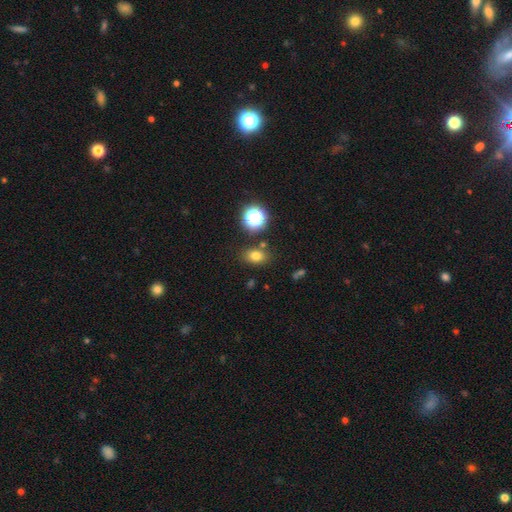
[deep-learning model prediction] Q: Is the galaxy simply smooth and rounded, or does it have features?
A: smooth — 75%.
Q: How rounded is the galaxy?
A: in between — 69%.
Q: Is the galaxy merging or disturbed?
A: none — 79%.